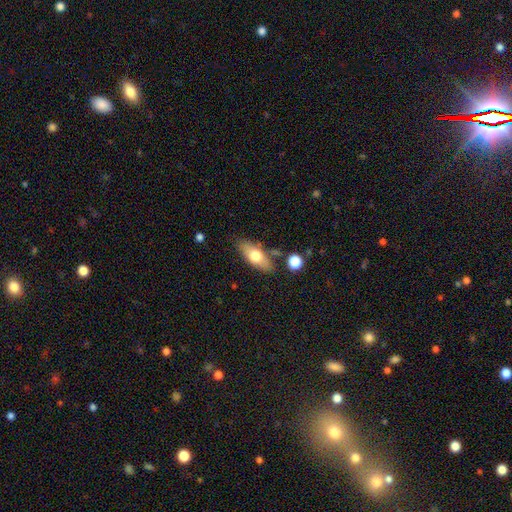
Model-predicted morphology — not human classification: Smooth or featured?
  - smooth: 65% *
  - featured or disk: 28%
  - star or artifact: 6%
How rounded?
  - in between: 79% *
  - cigar-shaped: 17%
  - round: 4%
Merging?
  - none: 75% *
  - minor disturbance: 15%
  - merger: 6%
  - major disturbance: 4%